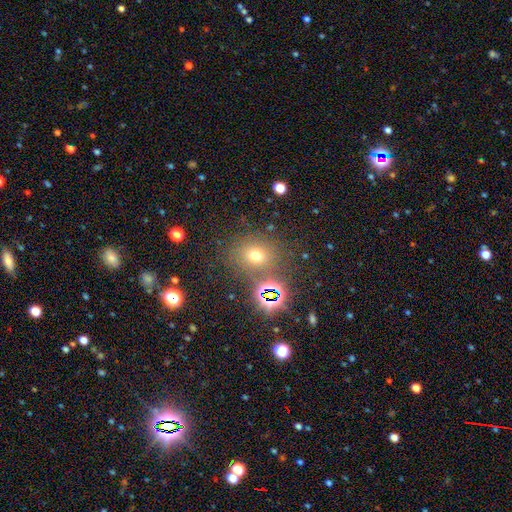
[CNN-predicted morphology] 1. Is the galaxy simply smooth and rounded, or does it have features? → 60% smooth, 30% star or artifact, 11% featured or disk.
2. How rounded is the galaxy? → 71% round, 28% in between, 1% cigar-shaped.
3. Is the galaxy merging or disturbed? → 75% none, 11% minor disturbance, 8% merger, 6% major disturbance.